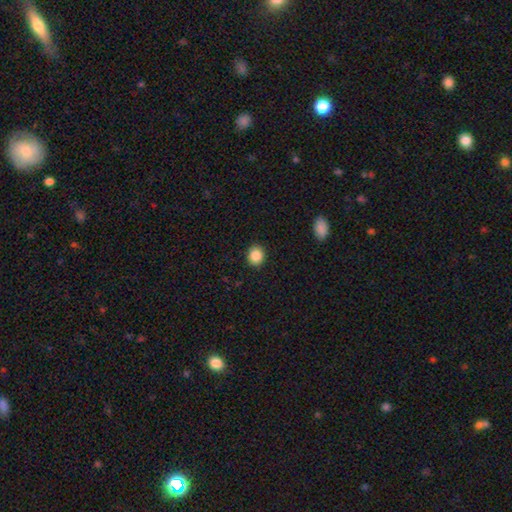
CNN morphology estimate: type=smooth (87%); roundness=round (74%); merging=none (91%).